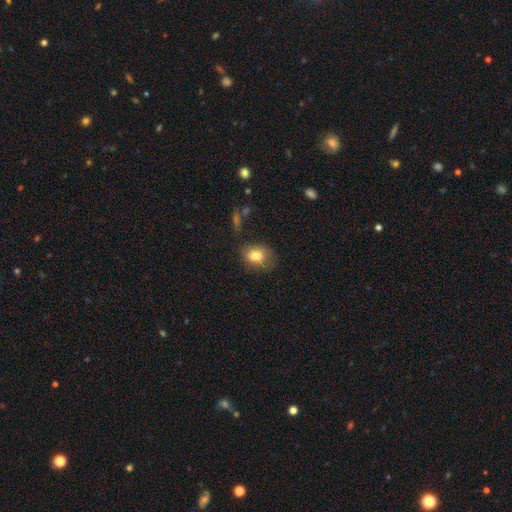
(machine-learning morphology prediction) smooth-or-featured: smooth: 82% | featured or disk: 10% | star or artifact: 8%
  how-rounded: in between: 65% | round: 33% | cigar-shaped: 1%
  merging: none: 60% | minor disturbance: 26% | major disturbance: 11% | merger: 3%